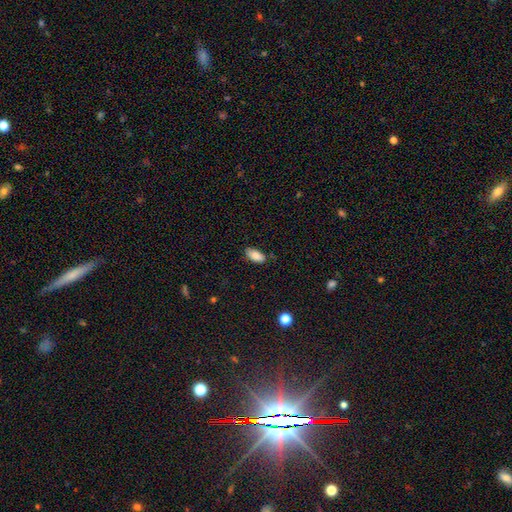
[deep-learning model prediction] Smooth or featured: smooth — 87% (star or artifact — 7%)
How rounded: in between — 92% (cigar-shaped — 6%)
Merging: none — 79% (minor disturbance — 17%)